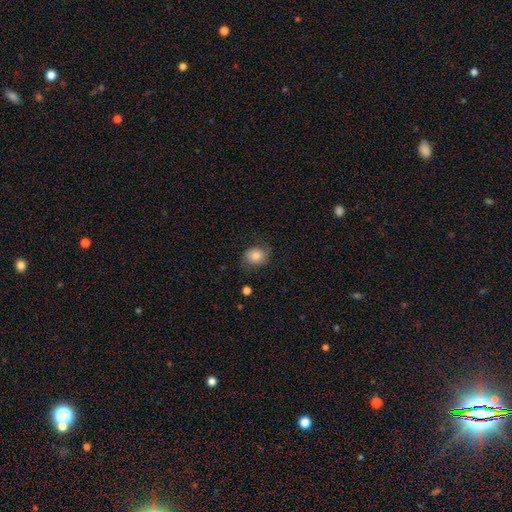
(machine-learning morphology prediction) smooth 79%, featured or disk 12%, star or artifact 9%. Down the decision tree: how rounded — round (64%); merging — none (72%).